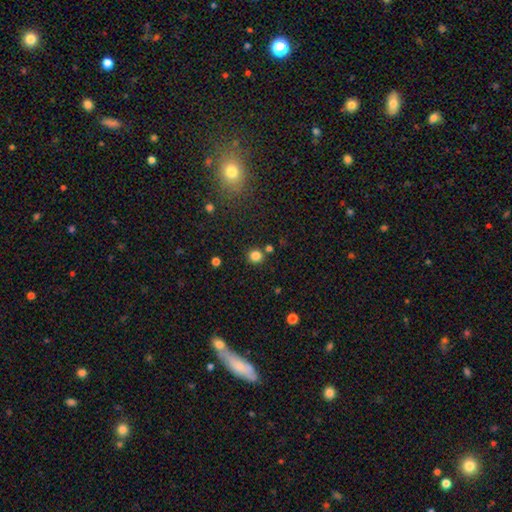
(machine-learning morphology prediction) A smooth galaxy with no disk features (83%) that is round (91%).

Vote fractions:
- Smooth or featured? smooth: 83% / star or artifact: 13% / featured or disk: 4%
- How rounded? round: 91% / in between: 8% / cigar-shaped: 1%
- Merging? none: 84% / minor disturbance: 7% / merger: 7% / major disturbance: 2%